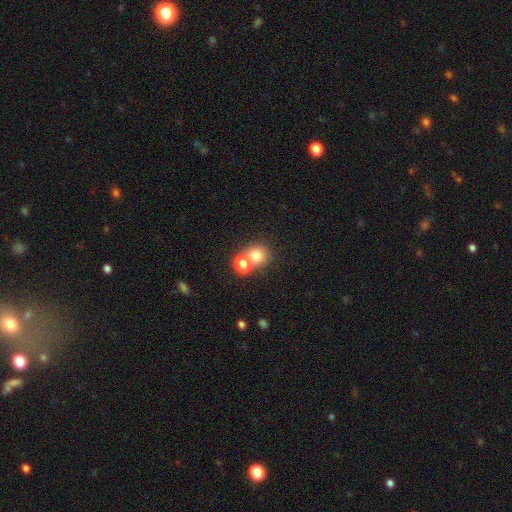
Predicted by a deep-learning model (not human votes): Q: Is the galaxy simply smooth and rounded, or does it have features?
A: smooth — 76%.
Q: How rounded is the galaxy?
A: round — 78%.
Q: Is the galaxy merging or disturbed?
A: merger — 46%.